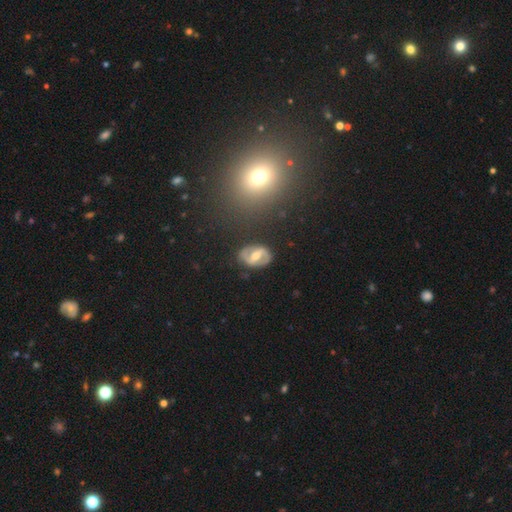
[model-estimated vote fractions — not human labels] Overall: featured or disk (74%). Edge-on disk: no (96%). Bar: strong (49%; weak 35%). Spiral arms: yes (70%; no 30%). Bulge size: moderate (68%). Merging: none (81%).